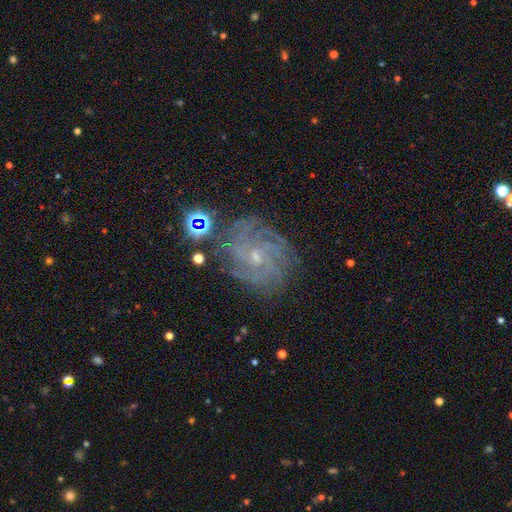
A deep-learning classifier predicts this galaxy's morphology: This appears to be a featured or disk galaxy (74%) with no bar (69%), tight (68%) spiral arms (95%) and a small central bulge (75%). Merging: none (77%).